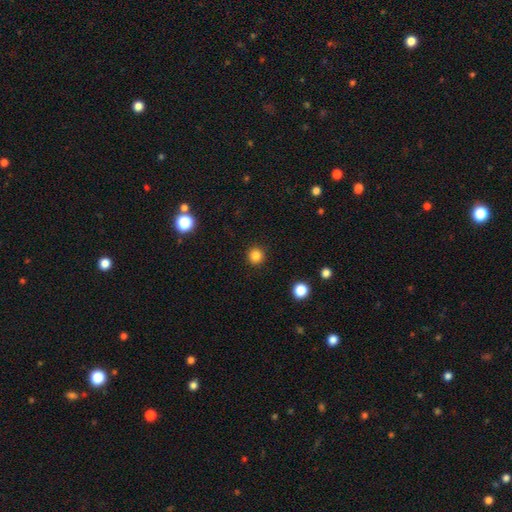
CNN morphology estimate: Smooth or featured? Predicted: smooth (p=0.84). How rounded? Predicted: round (p=0.95). Merging? Predicted: none (p=0.92).